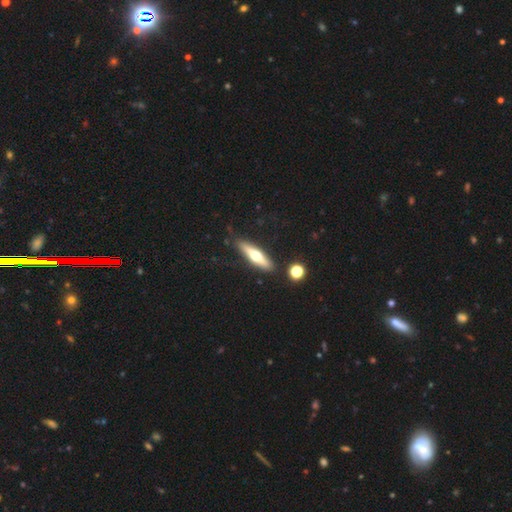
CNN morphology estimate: smooth_or_featured: featured or disk (p=0.52) [alt: smooth p=0.42]
disk_edge_on: yes (p=0.90) [alt: no p=0.10]
merging: none (p=0.84) [alt: minor disturbance p=0.10]